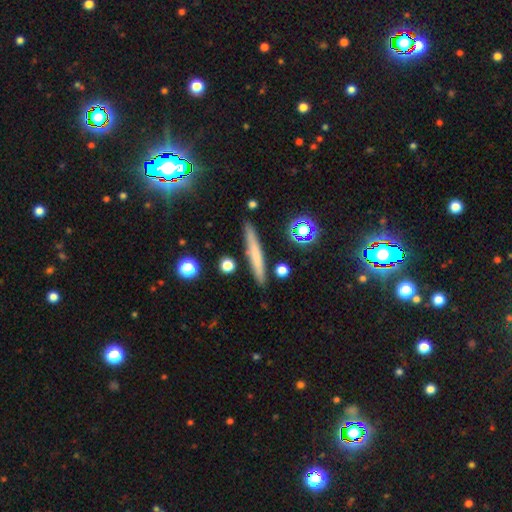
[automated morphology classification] Smooth or featured? Predicted: smooth (p=0.60). How rounded? Predicted: cigar-shaped (p=0.93). Merging? Predicted: none (p=0.87).